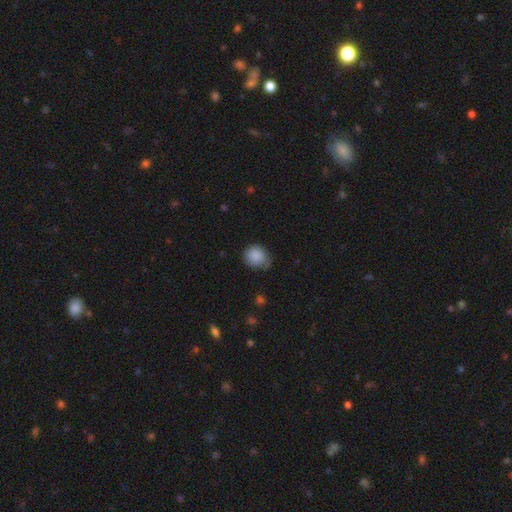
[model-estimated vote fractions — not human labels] This is clearly a smooth galaxy (88%). How rounded: likely round (79%). Merging: likely none (65%).